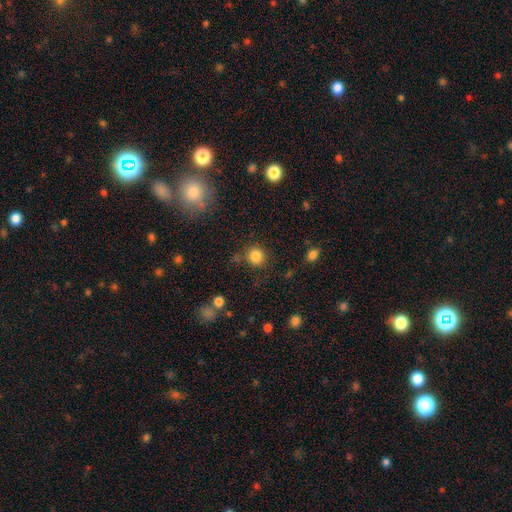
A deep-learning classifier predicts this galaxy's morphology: smooth 84%, star or artifact 12%, featured or disk 5%. Down the decision tree: how rounded — round (91%); merging — none (81%).